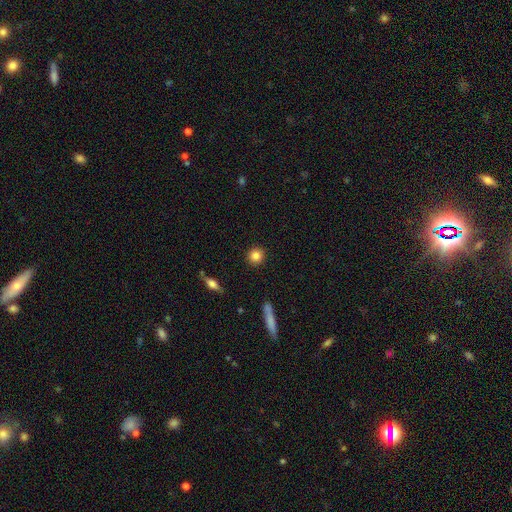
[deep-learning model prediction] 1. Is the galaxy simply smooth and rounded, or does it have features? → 84% smooth, 9% star or artifact, 7% featured or disk.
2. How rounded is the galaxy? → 92% round, 7% in between, 2% cigar-shaped.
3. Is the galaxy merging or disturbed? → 91% none, 5% minor disturbance, 2% major disturbance, 1% merger.